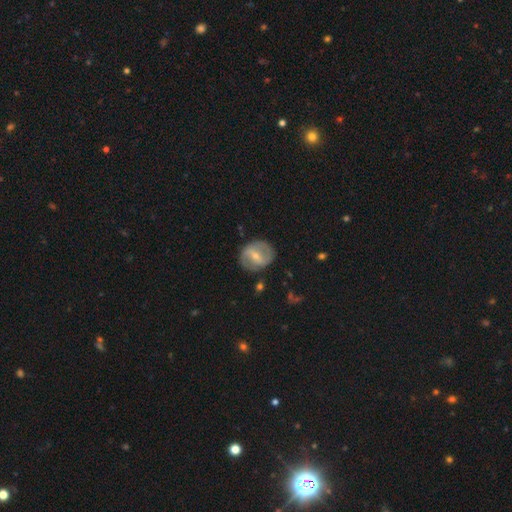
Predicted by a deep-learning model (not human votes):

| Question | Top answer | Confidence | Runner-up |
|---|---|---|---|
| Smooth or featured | featured or disk | 64% | smooth (30%) |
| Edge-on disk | no | 95% | yes (5%) |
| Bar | strong | 43% | weak (41%) |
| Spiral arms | yes | 60% | no (40%) |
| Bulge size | small | 58% | moderate (37%) |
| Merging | none | 78% | minor disturbance (15%) |